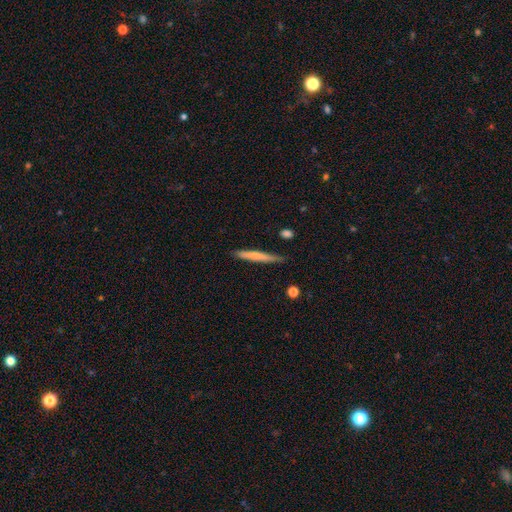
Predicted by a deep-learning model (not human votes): Smooth or featured?
  - smooth: 63% *
  - featured or disk: 31%
  - star or artifact: 6%
How rounded?
  - cigar-shaped: 96% *
  - in between: 3%
  - round: 1%
Merging?
  - none: 85% *
  - minor disturbance: 12%
  - major disturbance: 2%
  - merger: 2%